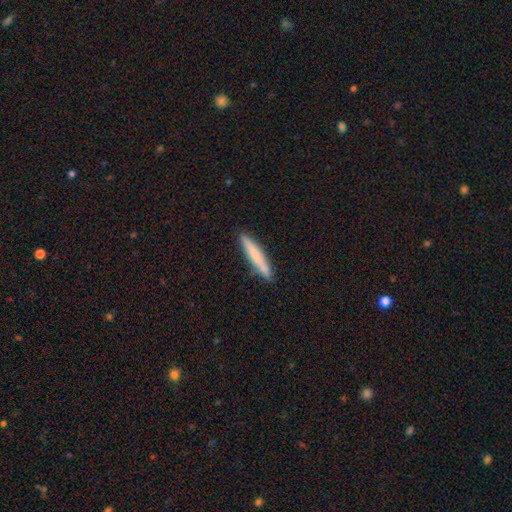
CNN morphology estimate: This appears to be a smooth galaxy with no disk features (75%) that is cigar-shaped (94%). Merging: none (87%).